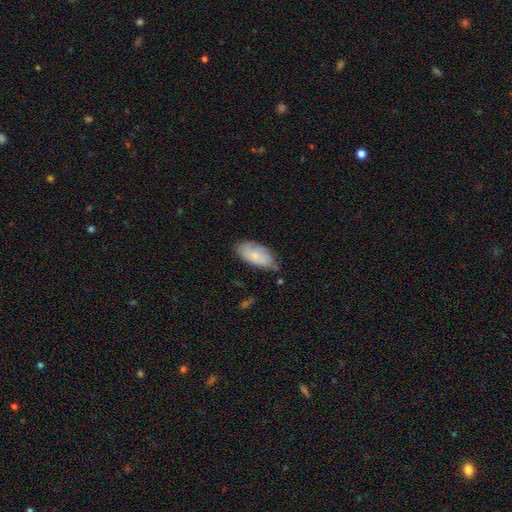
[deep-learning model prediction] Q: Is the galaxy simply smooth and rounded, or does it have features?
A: smooth — 76%.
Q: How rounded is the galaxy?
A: in between — 91%.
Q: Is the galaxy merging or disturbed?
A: none — 59%.